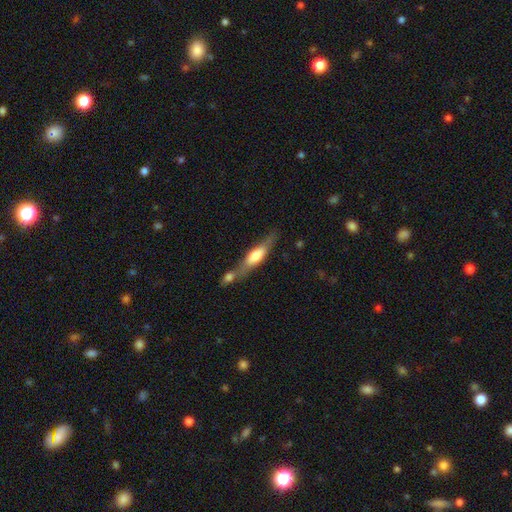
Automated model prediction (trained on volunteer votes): Morphology: type=smooth (50%); roundness=cigar-shaped (67%); merging=none (40%).